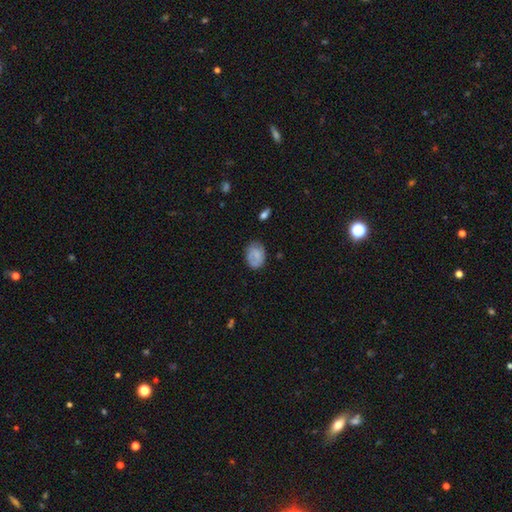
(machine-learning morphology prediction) This appears to be a smooth galaxy with no disk features (68%) that is in between round and cigar-shaped (71%). Merging: none (64%).